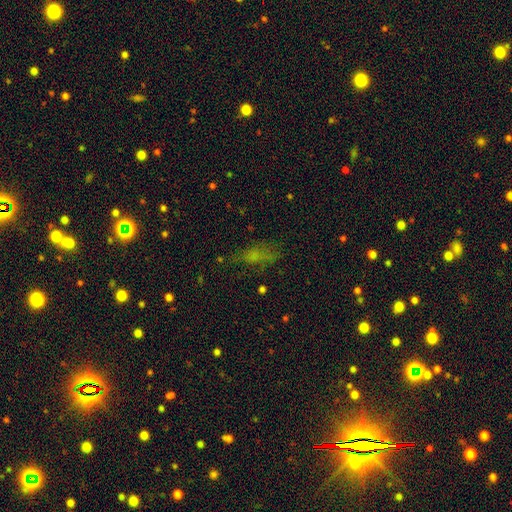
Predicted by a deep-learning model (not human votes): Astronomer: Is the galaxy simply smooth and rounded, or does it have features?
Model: smooth — 55%.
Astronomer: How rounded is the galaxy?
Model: in between — 66%.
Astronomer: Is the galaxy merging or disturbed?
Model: none — 54%.